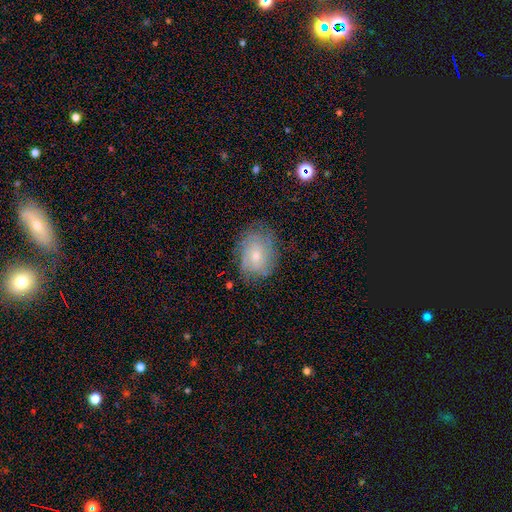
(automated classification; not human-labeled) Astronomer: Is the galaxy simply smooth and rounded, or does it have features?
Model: featured or disk — 48% (runner-up: smooth, 43%).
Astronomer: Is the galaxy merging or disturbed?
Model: none — 68%.